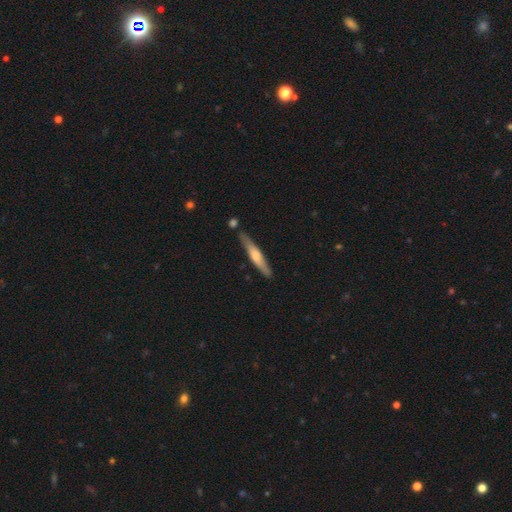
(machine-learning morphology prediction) smooth-or-featured: featured or disk: 49% | smooth: 46% | star or artifact: 5%
  merging: none: 81% | minor disturbance: 12% | merger: 5% | major disturbance: 2%